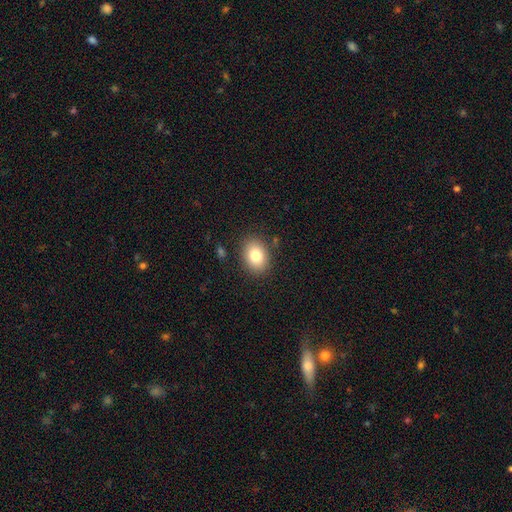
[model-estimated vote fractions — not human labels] smooth-or-featured: smooth: 81% | featured or disk: 10% | star or artifact: 9%
  how-rounded: in between: 63% | round: 36% | cigar-shaped: 1%
  merging: none: 86% | minor disturbance: 10% | major disturbance: 3% | merger: 2%